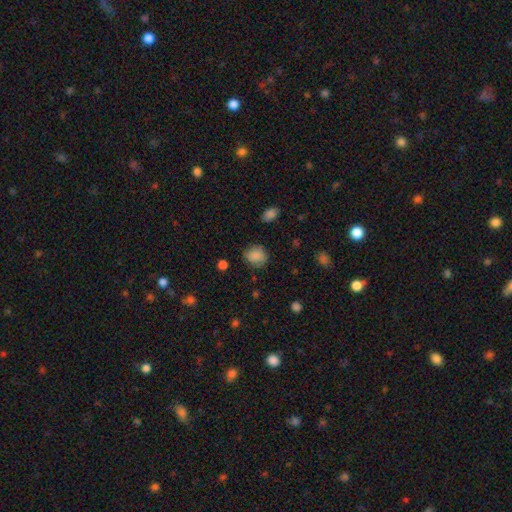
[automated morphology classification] The model was most divided on "how rounded": round: 71%, in between: 28%, cigar-shaped: 1%. More confident: smooth or featured — smooth (84%); merging — none (70%).